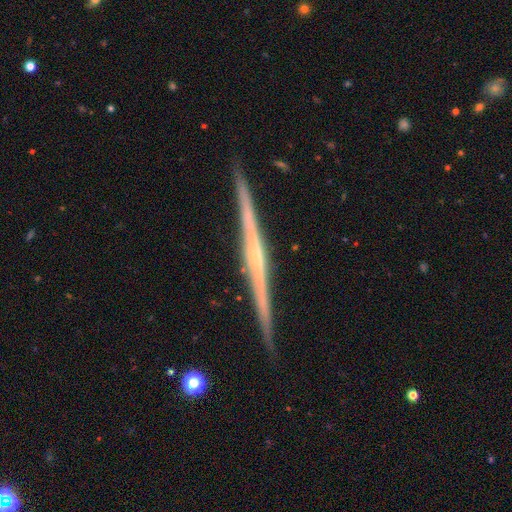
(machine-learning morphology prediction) A featured or disk galaxy (81%) viewed edge-on (98%) with no central bulge (60%). Merging: none (91%).